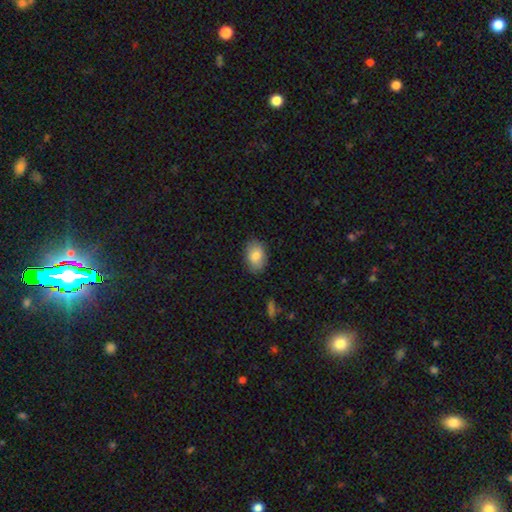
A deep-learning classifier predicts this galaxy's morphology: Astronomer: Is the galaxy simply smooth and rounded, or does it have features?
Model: smooth — 83%.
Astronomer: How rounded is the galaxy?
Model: in between — 85%.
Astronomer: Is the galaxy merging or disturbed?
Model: none — 84%.